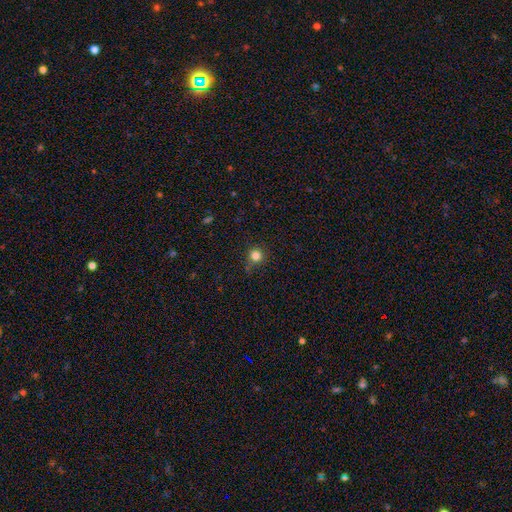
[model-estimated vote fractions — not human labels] Overall: smooth (82%). How rounded: round (94%). Merging: none (81%).